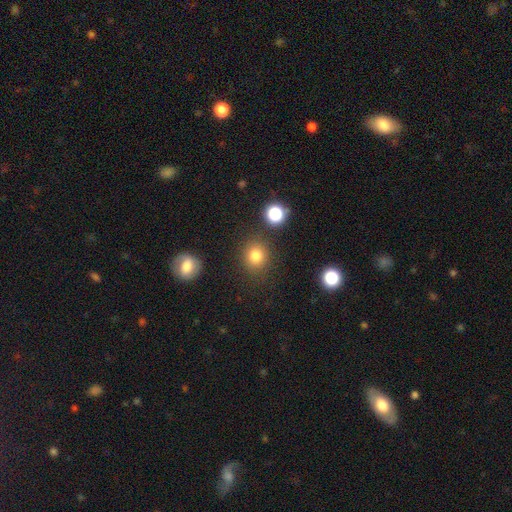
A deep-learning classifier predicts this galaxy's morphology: Overall: smooth (80%). How rounded: round (80%). Merging: none (84%).